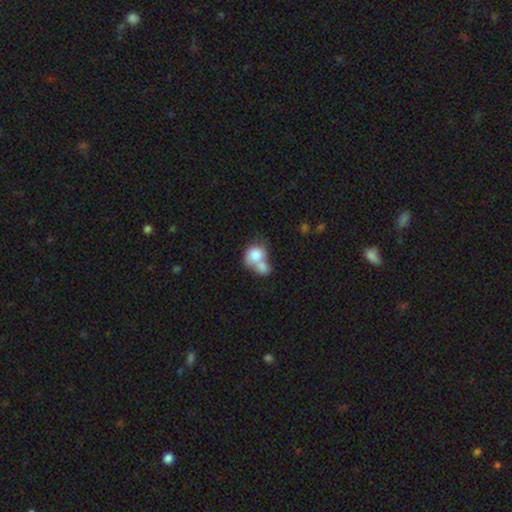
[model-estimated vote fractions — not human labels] A smooth galaxy with no disk features (78%) that is round (53%). Merging: merger (71%).